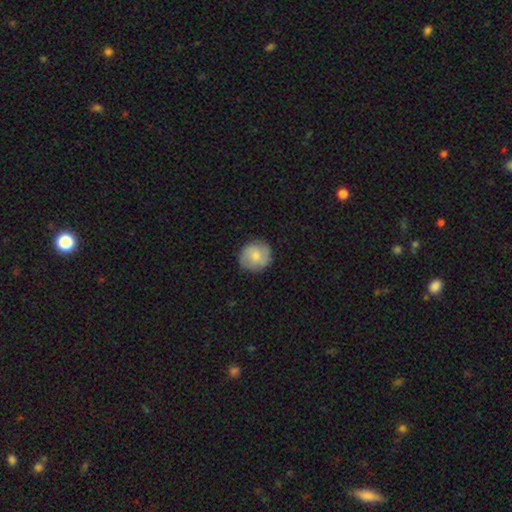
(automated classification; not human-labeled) Smooth or featured: smooth — 64% (featured or disk — 29%)
How rounded: round — 88% (in between — 11%)
Merging: none — 85% (minor disturbance — 12%)